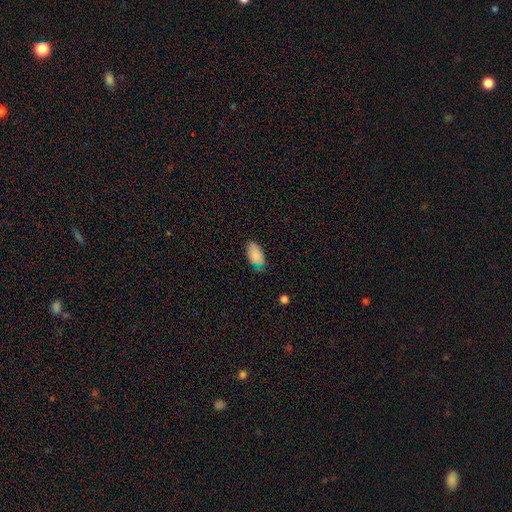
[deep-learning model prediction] A smooth galaxy with no disk features (85%) that is in between round and cigar-shaped (94%). Merging: none (65%).